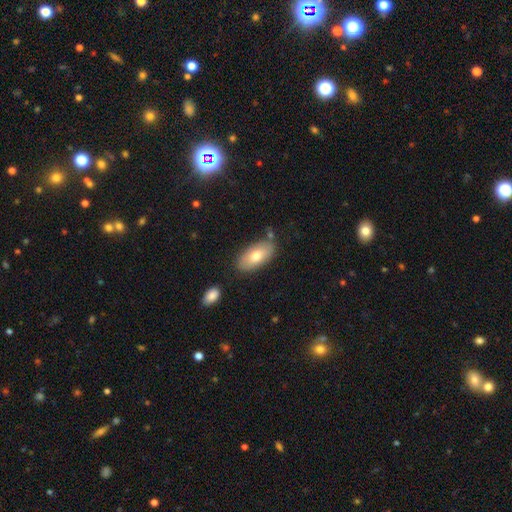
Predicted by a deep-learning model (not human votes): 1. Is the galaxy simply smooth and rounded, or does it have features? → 71% smooth, 23% featured or disk, 6% star or artifact.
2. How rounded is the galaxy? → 93% in between, 4% cigar-shaped, 3% round.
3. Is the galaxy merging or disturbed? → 78% none, 14% minor disturbance, 5% merger, 3% major disturbance.